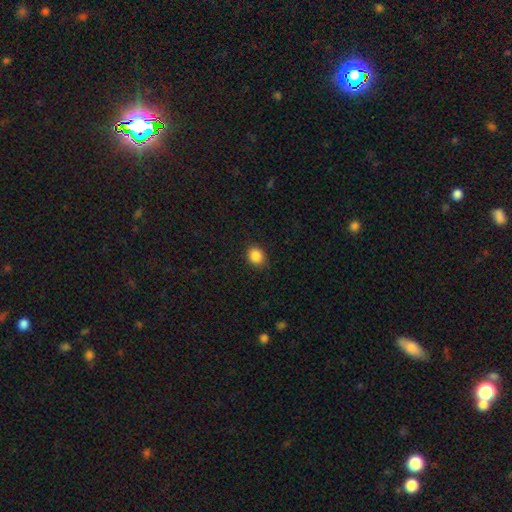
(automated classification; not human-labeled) This appears to be a smooth galaxy with no disk features (87%) that is round (61%). Merging: none (86%).